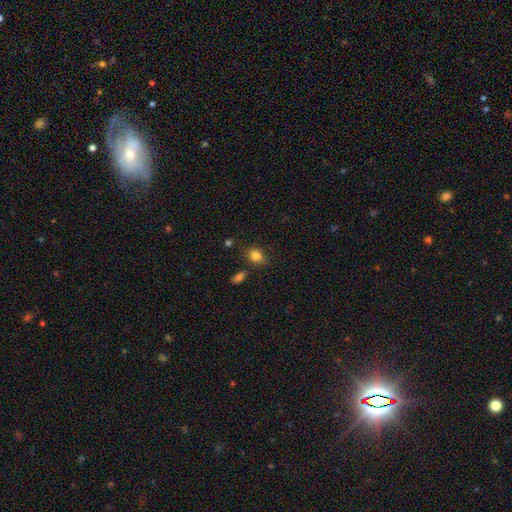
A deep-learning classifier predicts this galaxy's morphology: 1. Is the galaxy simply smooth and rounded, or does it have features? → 84% smooth, 10% star or artifact, 6% featured or disk.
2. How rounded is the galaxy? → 51% in between, 48% round, 1% cigar-shaped.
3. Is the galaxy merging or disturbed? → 76% none, 15% minor disturbance, 5% merger, 4% major disturbance.